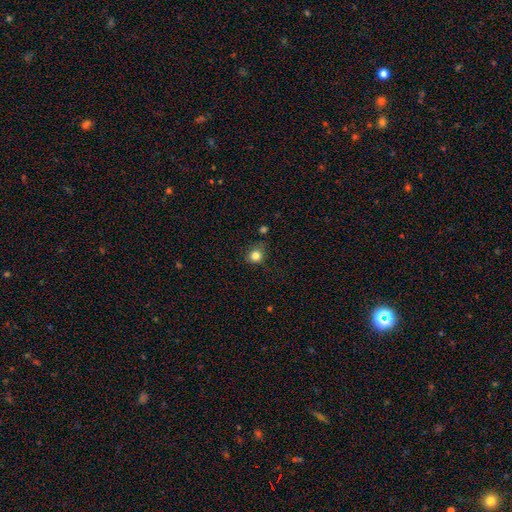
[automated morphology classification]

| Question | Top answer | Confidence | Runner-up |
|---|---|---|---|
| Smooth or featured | smooth | 83% | star or artifact (12%) |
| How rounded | round | 83% | in between (16%) |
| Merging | none | 76% | minor disturbance (17%) |